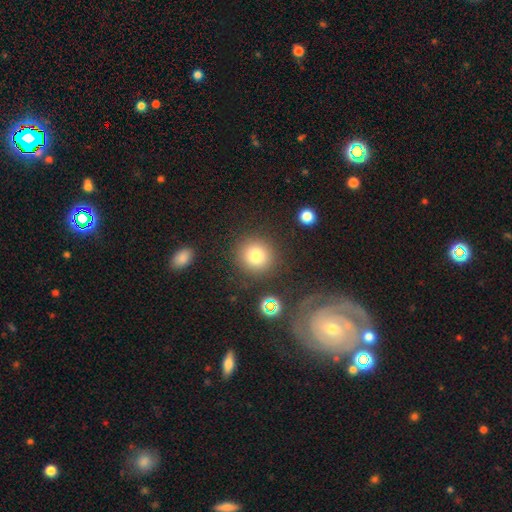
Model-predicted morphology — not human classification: type=smooth (79%); roundness=round (92%); merging=none (86%).